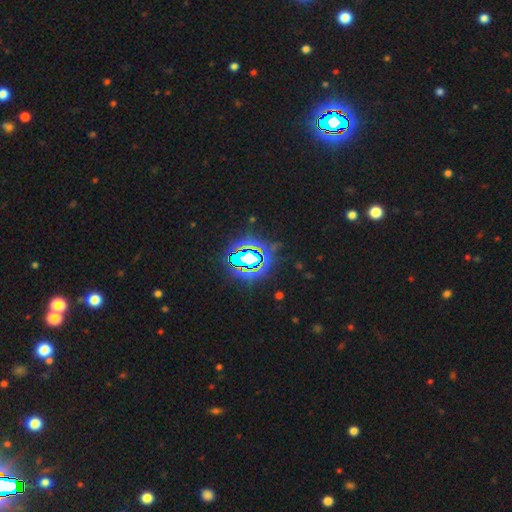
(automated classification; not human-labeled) Morphology: type=star or artifact (83%).